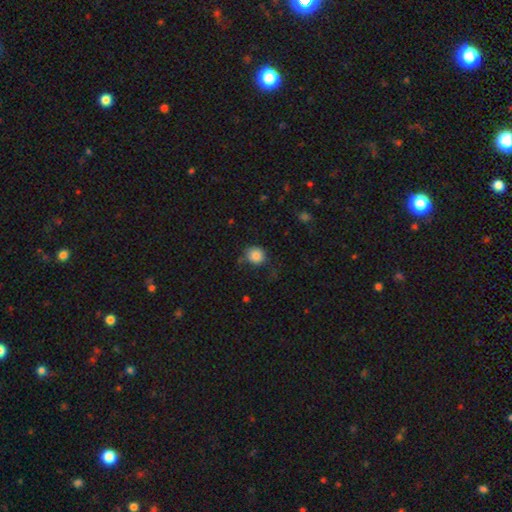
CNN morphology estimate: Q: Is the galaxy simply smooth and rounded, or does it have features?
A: smooth — 86%.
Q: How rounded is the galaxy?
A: round — 83%.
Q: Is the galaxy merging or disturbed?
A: none — 68%.